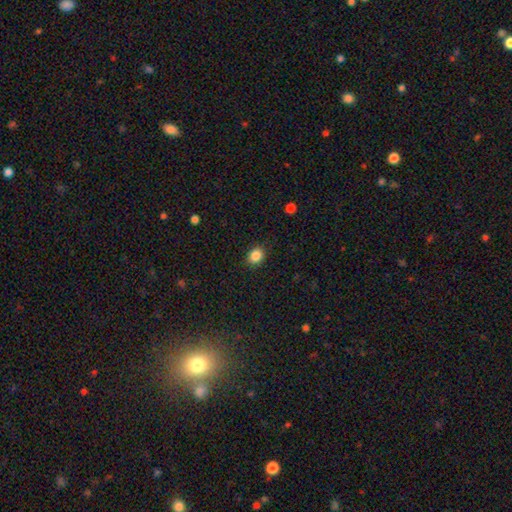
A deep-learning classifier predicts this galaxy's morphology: type=smooth (86%); roundness=round (58%); merging=none (89%).